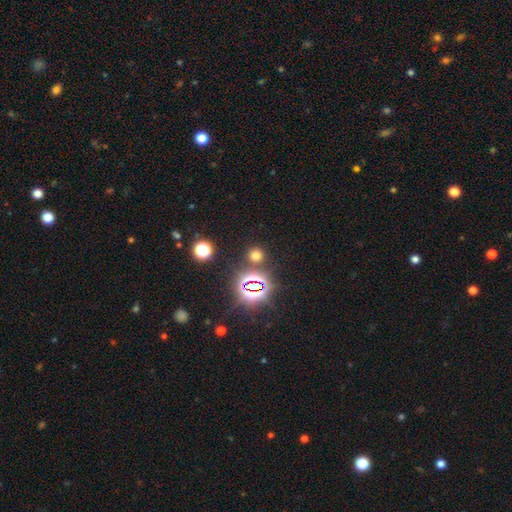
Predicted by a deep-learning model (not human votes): Smooth or featured? Predicted: smooth (p=0.59). How rounded? Predicted: round (p=0.87). Merging? Predicted: none (p=0.83).